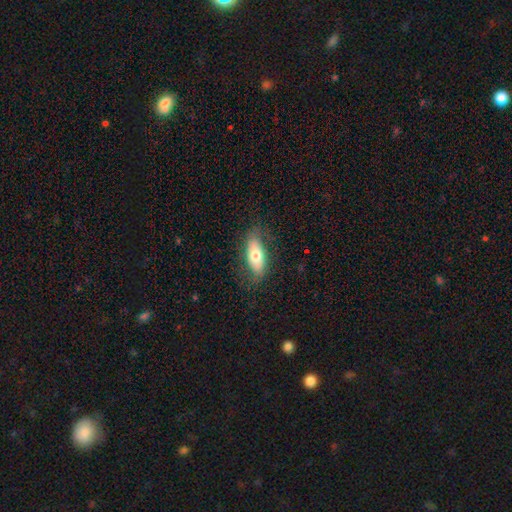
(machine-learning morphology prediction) This is likely a smooth galaxy (68%). How rounded: likely in between (80%). Merging: likely none (79%).